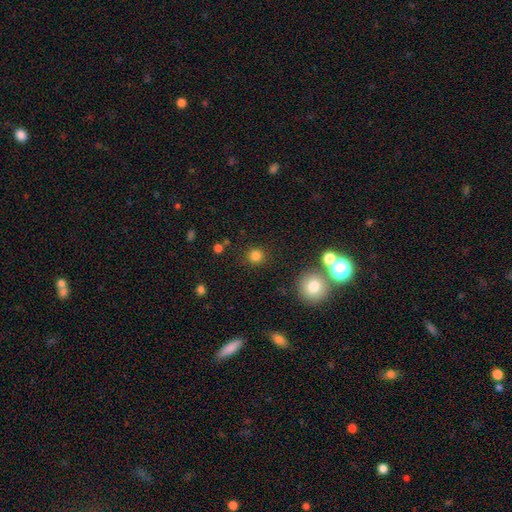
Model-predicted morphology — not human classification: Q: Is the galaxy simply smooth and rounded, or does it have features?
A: smooth — 81%.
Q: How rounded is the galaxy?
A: round — 93%.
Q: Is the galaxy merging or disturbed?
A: none — 88%.